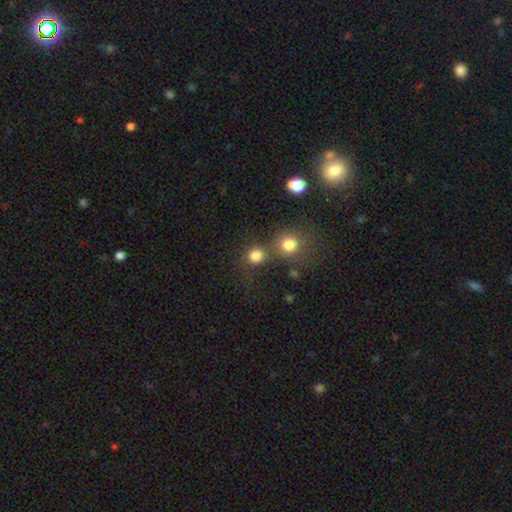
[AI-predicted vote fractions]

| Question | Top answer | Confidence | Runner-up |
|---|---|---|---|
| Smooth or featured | smooth | 81% | star or artifact (13%) |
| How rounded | round | 91% | in between (8%) |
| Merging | none | 55% | merger (33%) |